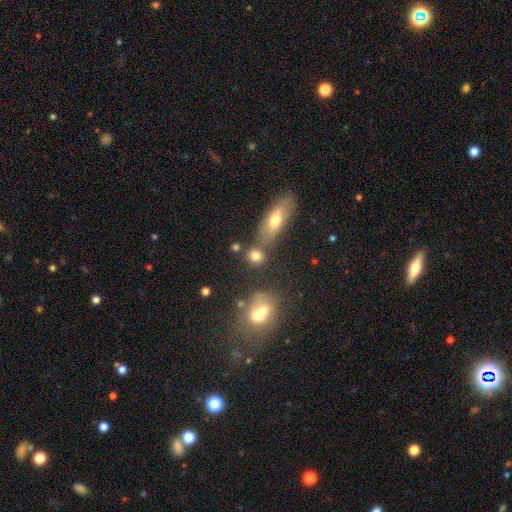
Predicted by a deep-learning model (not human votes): Q: Smooth or featured?
A: smooth (78%); runner-up: star or artifact (12%)
Q: How rounded?
A: round (71%); runner-up: in between (26%)
Q: Merging?
A: none (62%); runner-up: merger (22%)